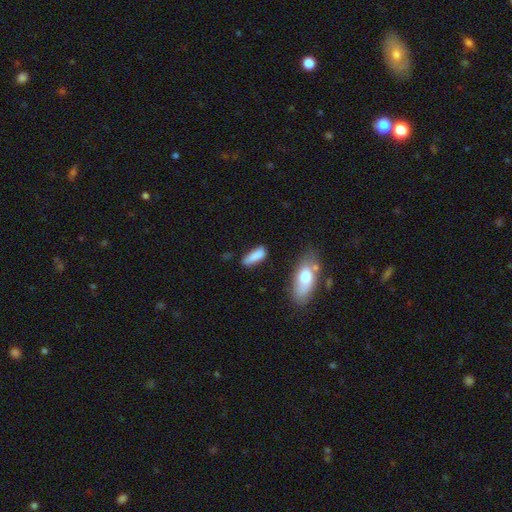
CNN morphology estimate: Smooth or featured: smooth — 83% (featured or disk — 10%)
How rounded: in between — 50% (cigar-shaped — 47%)
Merging: none — 60% (minor disturbance — 26%)